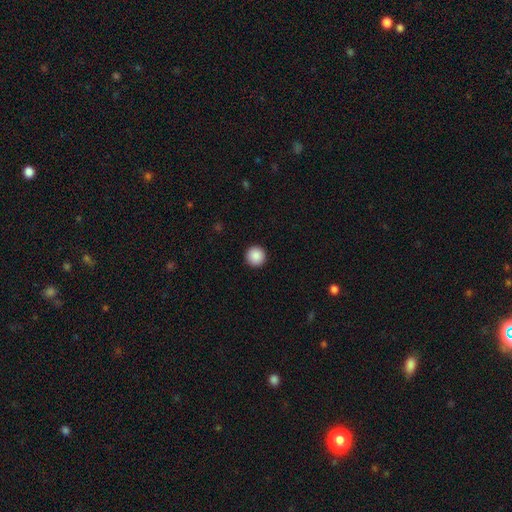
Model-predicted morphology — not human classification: smooth-or-featured: smooth: 89% | star or artifact: 8% | featured or disk: 3%
  how-rounded: round: 96% | in between: 3% | cigar-shaped: 1%
  merging: none: 94% | minor disturbance: 4% | major disturbance: 1% | merger: 1%